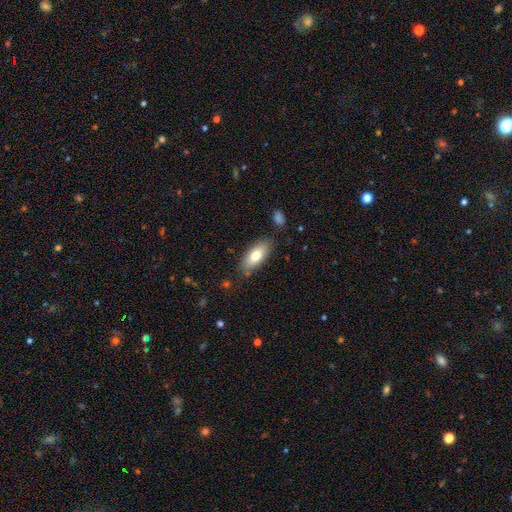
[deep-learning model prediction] Smooth or featured: smooth — 76% (featured or disk — 17%)
How rounded: in between — 84% (cigar-shaped — 14%)
Merging: none — 81% (minor disturbance — 13%)